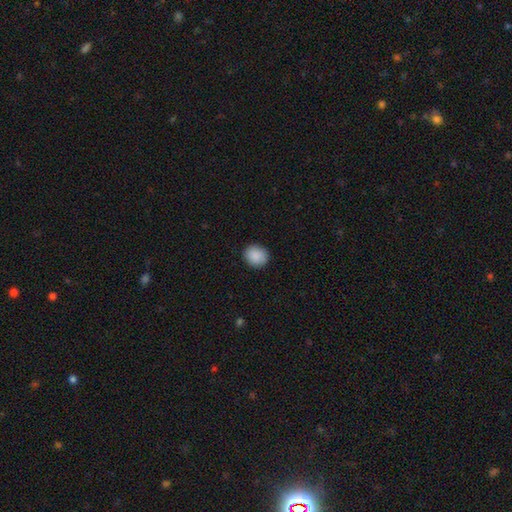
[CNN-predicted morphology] Overall: smooth (90%). How rounded: round (78%). Merging: none (90%).